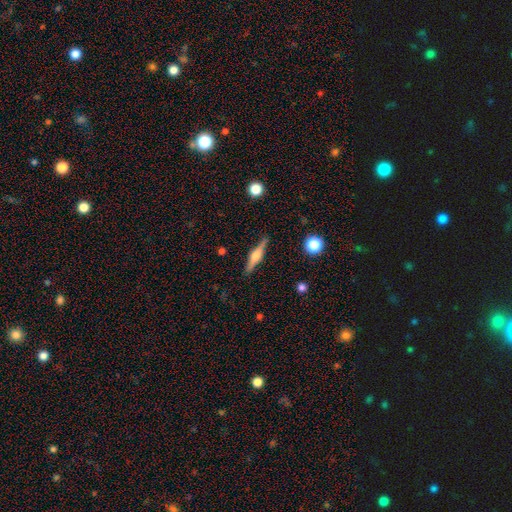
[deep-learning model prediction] This is likely a featured or disk galaxy (72%). It is clearly viewed edge-on (98%). Edge-on bulge: clearly rounded (85%). Merging: clearly none (89%).